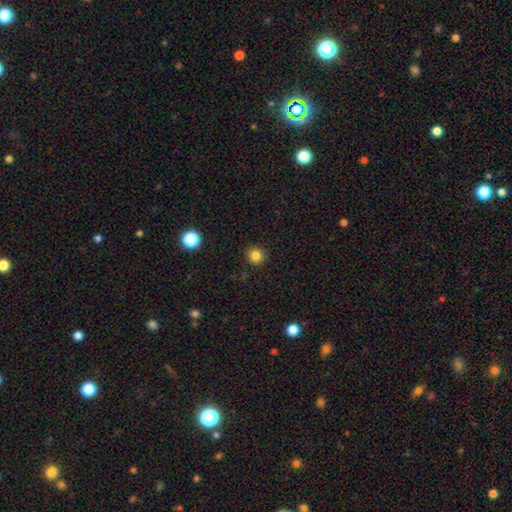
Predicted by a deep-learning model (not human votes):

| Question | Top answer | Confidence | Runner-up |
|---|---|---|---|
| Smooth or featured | smooth | 83% | star or artifact (13%) |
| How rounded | round | 94% | in between (5%) |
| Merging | none | 91% | minor disturbance (6%) |